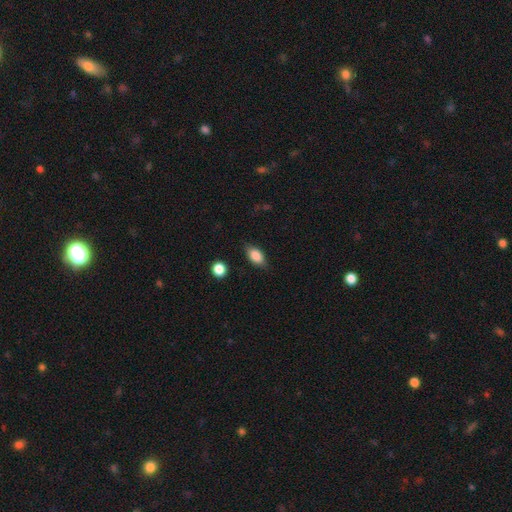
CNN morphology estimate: smooth_or_featured: smooth (p=0.84) [alt: featured or disk p=0.08]
how_rounded: in between (p=0.88) [alt: round p=0.07]
merging: none (p=0.80) [alt: minor disturbance p=0.15]